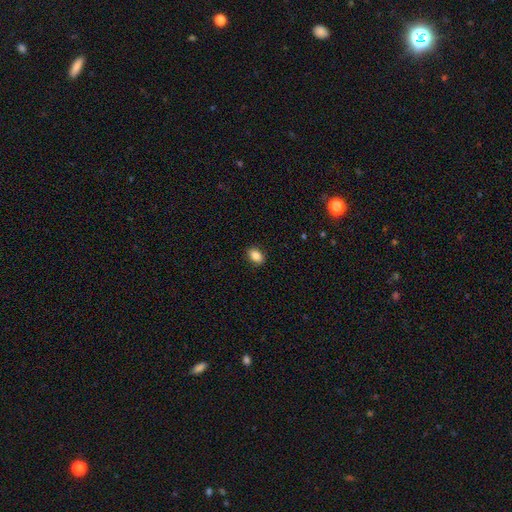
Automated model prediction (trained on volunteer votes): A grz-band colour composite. It shows a smooth galaxy with no disk features (87%) that is in between round and cigar-shaped (84%). Merging: none (90%).